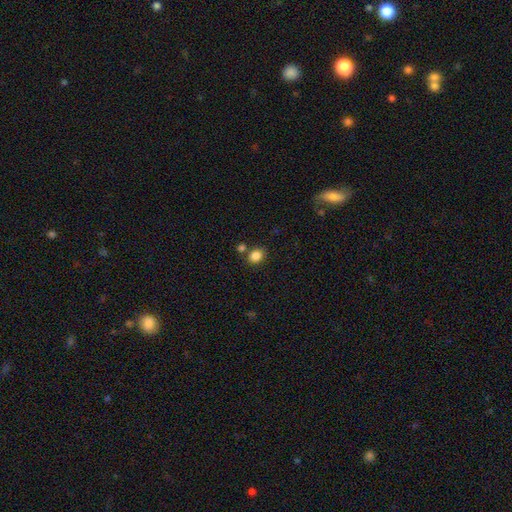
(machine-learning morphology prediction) This appears to be a smooth galaxy with no disk features (85%) that is round (58%). Merging: none (74%).